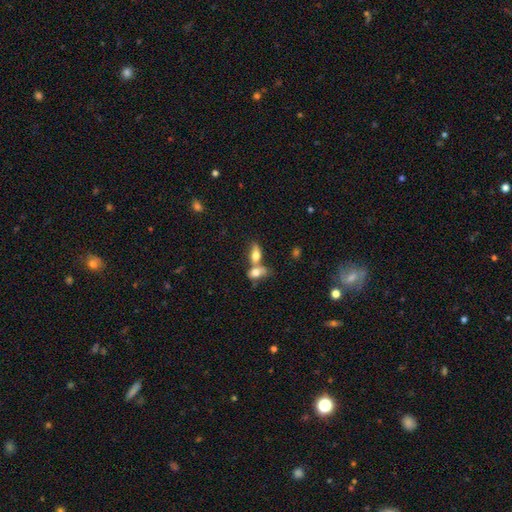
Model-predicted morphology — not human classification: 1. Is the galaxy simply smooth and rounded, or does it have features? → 72% smooth, 19% featured or disk, 8% star or artifact.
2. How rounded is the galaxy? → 81% in between, 10% round, 9% cigar-shaped.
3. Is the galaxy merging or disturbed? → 66% merger, 22% none, 7% minor disturbance, 5% major disturbance.